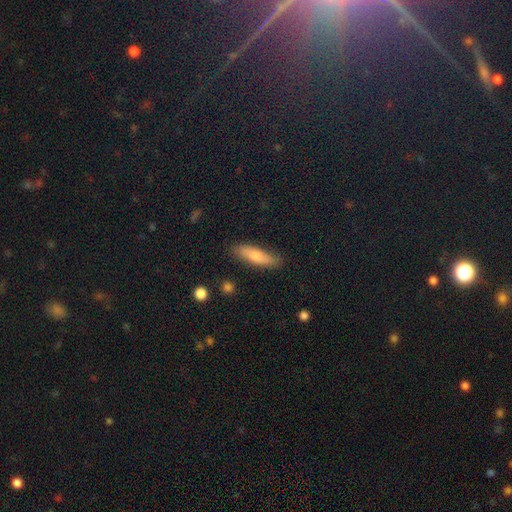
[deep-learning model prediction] This is likely a smooth galaxy (68%). How rounded: likely cigar-shaped (64%). Merging: clearly none (85%).